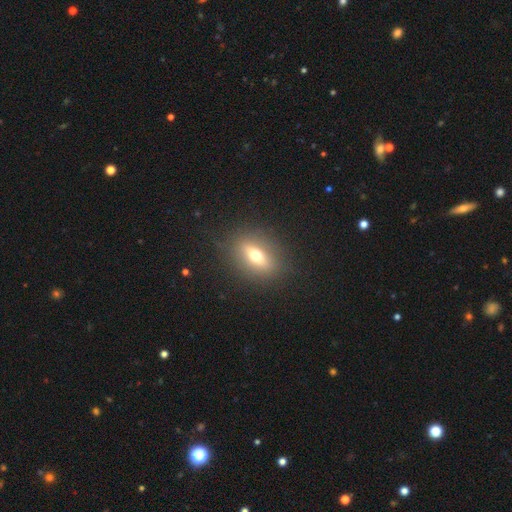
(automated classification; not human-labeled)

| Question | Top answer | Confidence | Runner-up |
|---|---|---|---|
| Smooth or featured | smooth | 50% | featured or disk (38%) |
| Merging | none | 85% | minor disturbance (9%) |